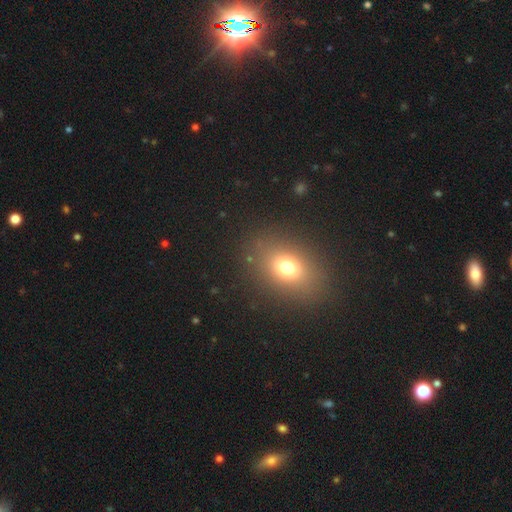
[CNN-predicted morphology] This appears to be a smooth galaxy with no disk features (67%) that is in between round and cigar-shaped (63%). Merging: none (90%).